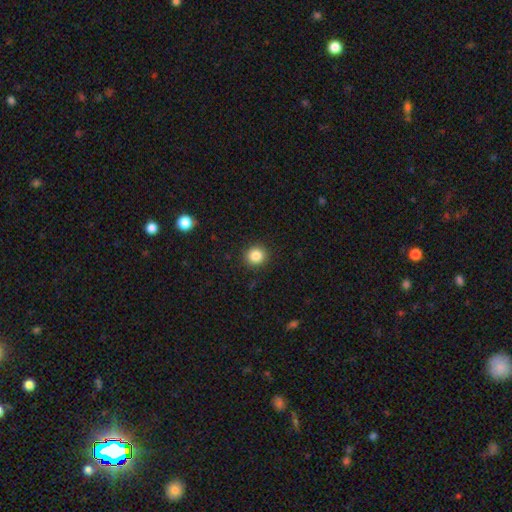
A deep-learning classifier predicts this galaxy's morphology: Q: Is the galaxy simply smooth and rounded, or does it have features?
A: smooth — 86%.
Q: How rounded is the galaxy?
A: round — 91%.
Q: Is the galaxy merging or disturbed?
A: none — 91%.